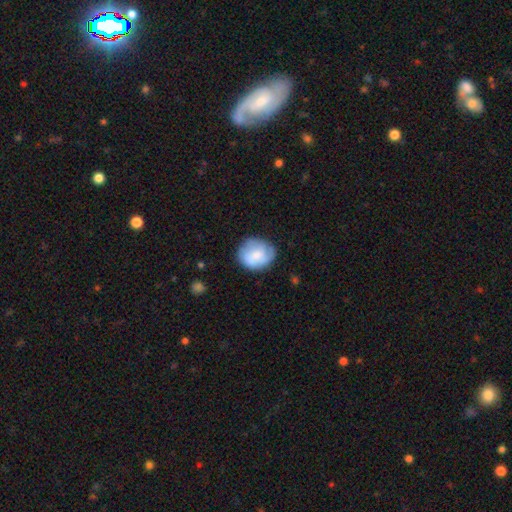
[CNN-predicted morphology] Q: Smooth or featured?
A: smooth (63%); runner-up: featured or disk (30%)
Q: How rounded?
A: round (75%); runner-up: in between (24%)
Q: Merging?
A: none (70%); runner-up: minor disturbance (21%)